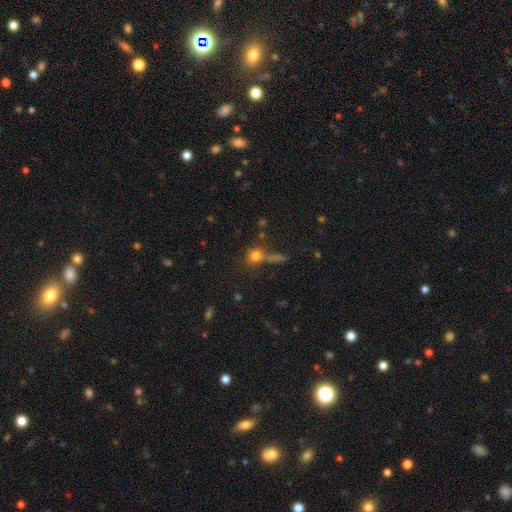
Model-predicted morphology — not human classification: Smooth or featured? smooth (72%)
How rounded? round (72%)
Merging? none (54%)